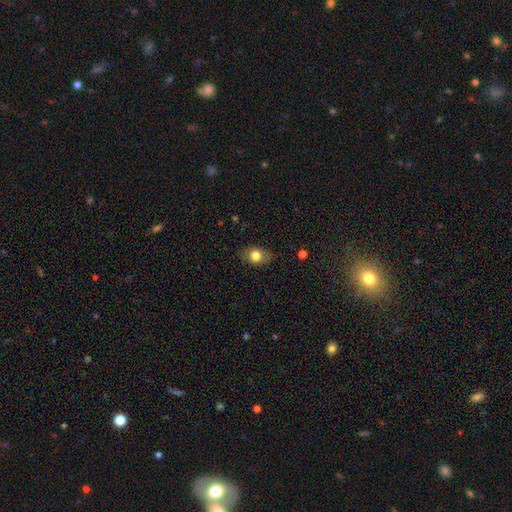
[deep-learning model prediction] Q: Smooth or featured?
A: smooth (76%); runner-up: featured or disk (16%)
Q: How rounded?
A: in between (73%); runner-up: round (25%)
Q: Merging?
A: none (79%); runner-up: minor disturbance (16%)